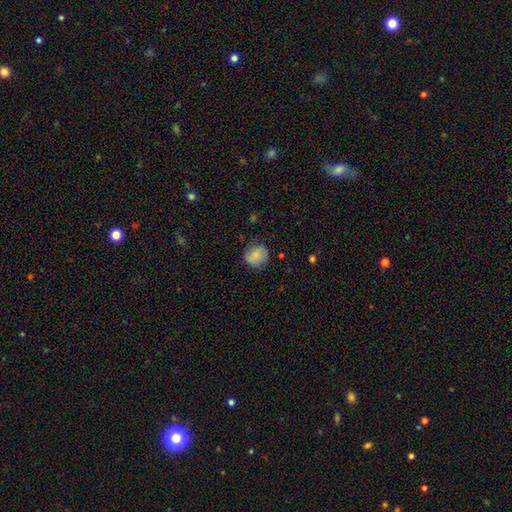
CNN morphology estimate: This is likely a smooth galaxy (79%). How rounded: clearly round (82%). Merging: likely none (77%).